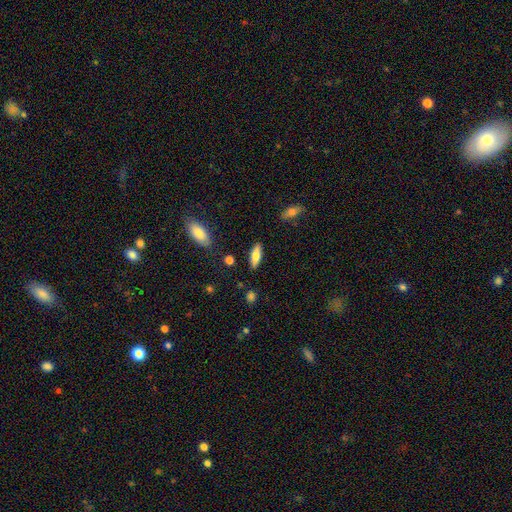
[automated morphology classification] A smooth galaxy with no disk features (78%) that is in between round and cigar-shaped (62%).

Vote fractions:
- Smooth or featured? smooth: 78% / featured or disk: 16% / star or artifact: 6%
- How rounded? in between: 62% / cigar-shaped: 36% / round: 2%
- Merging? none: 86% / minor disturbance: 9% / major disturbance: 2% / merger: 2%